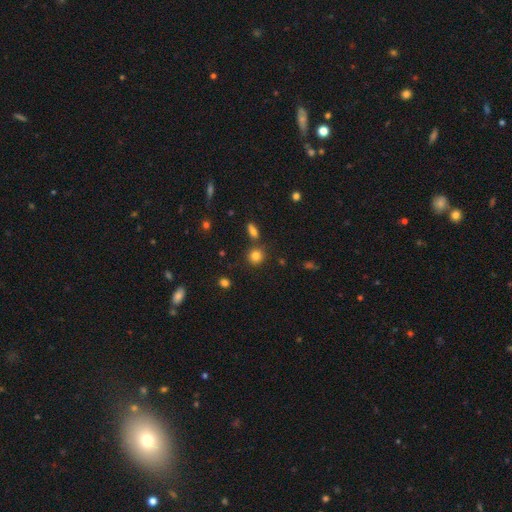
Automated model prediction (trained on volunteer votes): smooth 81%, star or artifact 12%, featured or disk 7%. Down the decision tree: how rounded — round (87%); merging — none (78%).